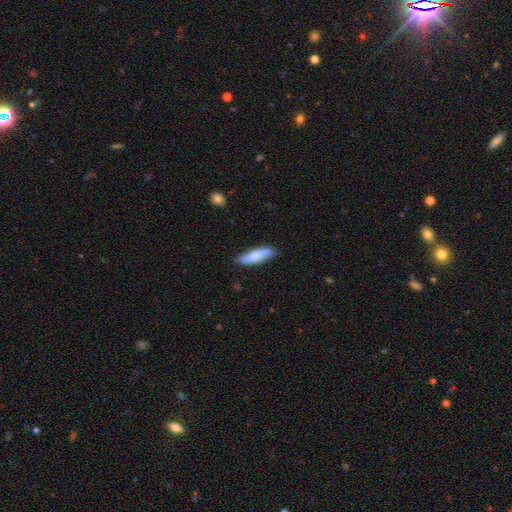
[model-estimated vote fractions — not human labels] smooth-or-featured: smooth: 73% | featured or disk: 21% | star or artifact: 6%
  how-rounded: cigar-shaped: 52% | in between: 46% | round: 2%
  merging: none: 82% | minor disturbance: 14% | major disturbance: 2% | merger: 1%